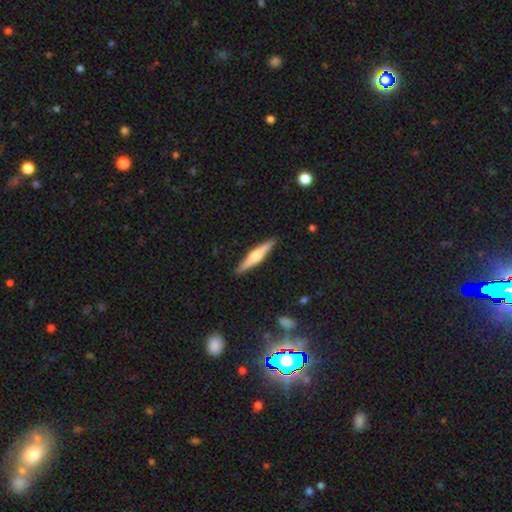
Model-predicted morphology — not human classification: Smooth or featured? featured or disk (59%)
Edge-on disk? yes (97%)
Edge-on bulge? rounded (82%)
Merging? none (91%)